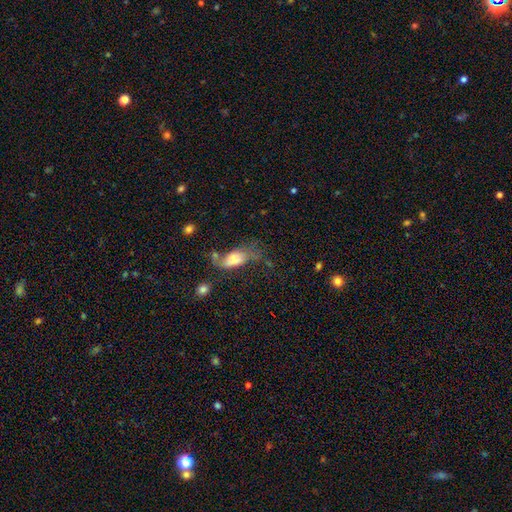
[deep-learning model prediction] This appears to be a featured or disk galaxy (42%). Merging: none (40%).